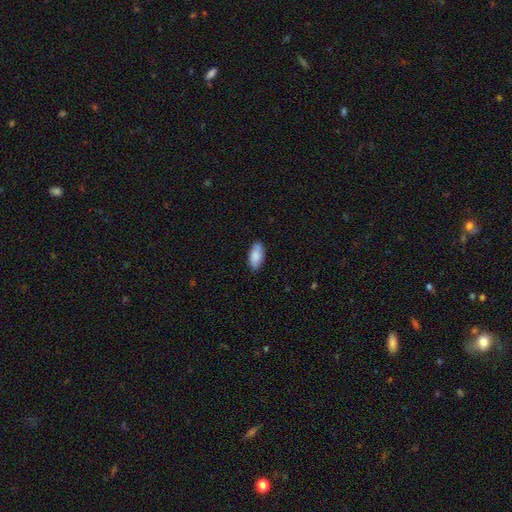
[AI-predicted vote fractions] This appears to be a smooth galaxy with no disk features (87%) that is in between round and cigar-shaped (89%). Merging: none (82%).